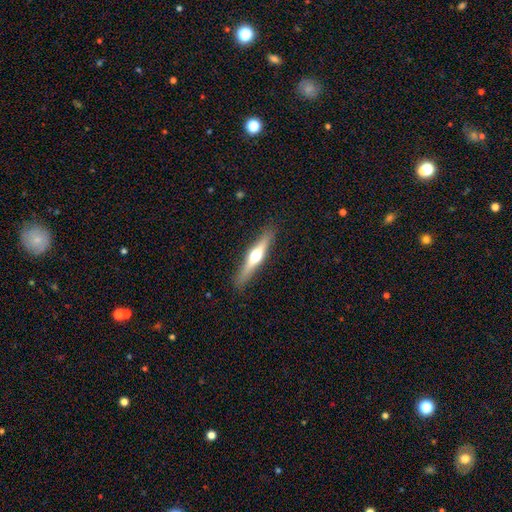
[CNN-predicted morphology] The model was most divided on "smooth or featured": featured or disk: 62%, smooth: 32%, star or artifact: 6%. More confident: edge-on disk — yes (96%); edge-on bulge — rounded (94%); merging — none (89%).